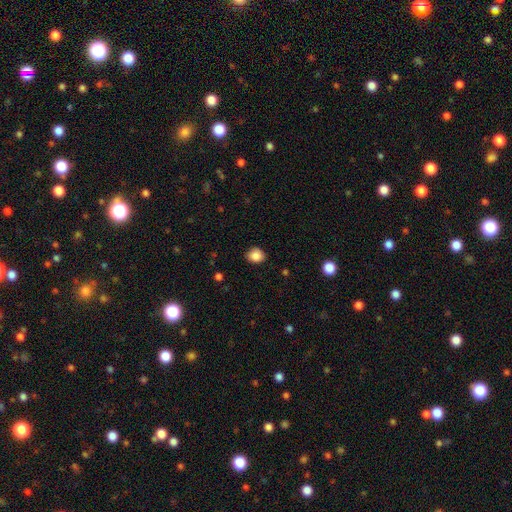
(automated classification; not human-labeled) A smooth galaxy with no disk features (87%) that is round (68%).

Vote fractions:
- Smooth or featured? smooth: 87% / star or artifact: 9% / featured or disk: 4%
- How rounded? round: 68% / in between: 31% / cigar-shaped: 1%
- Merging? none: 86% / minor disturbance: 10% / major disturbance: 2% / merger: 1%